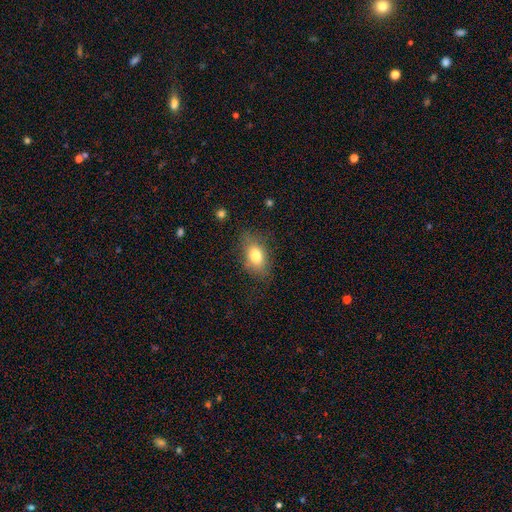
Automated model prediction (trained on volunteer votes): Smooth or featured? Predicted: smooth (p=0.77). How rounded? Predicted: in between (p=0.86). Merging? Predicted: none (p=0.71).